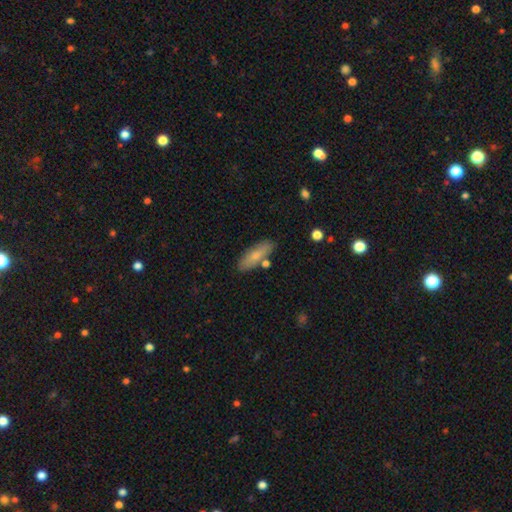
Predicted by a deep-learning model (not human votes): Smooth or featured? smooth (74%)
How rounded? in between (57%)
Merging? none (78%)